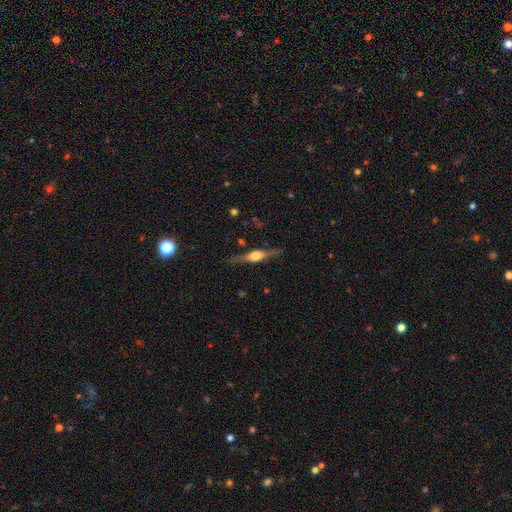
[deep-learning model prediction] The model was most divided on "smooth or featured": featured or disk: 76%, smooth: 18%, star or artifact: 6%. More confident: edge-on disk — yes (97%); edge-on bulge — rounded (89%); merging — none (86%).